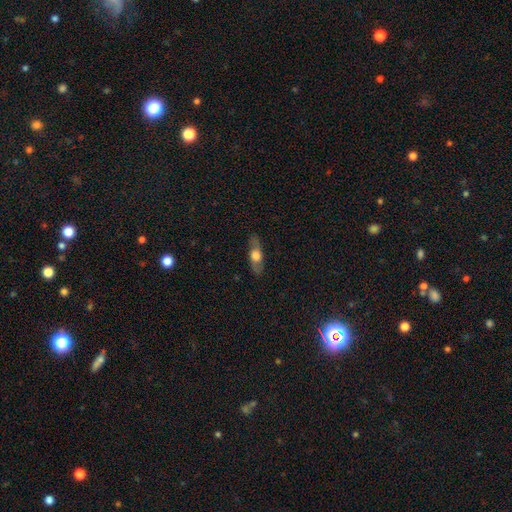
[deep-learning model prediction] A smooth galaxy with no disk features (50%).

Vote fractions:
- Smooth or featured? smooth: 50% / featured or disk: 44% / star or artifact: 7%
- Merging? none: 83% / minor disturbance: 12% / major disturbance: 4% / merger: 1%